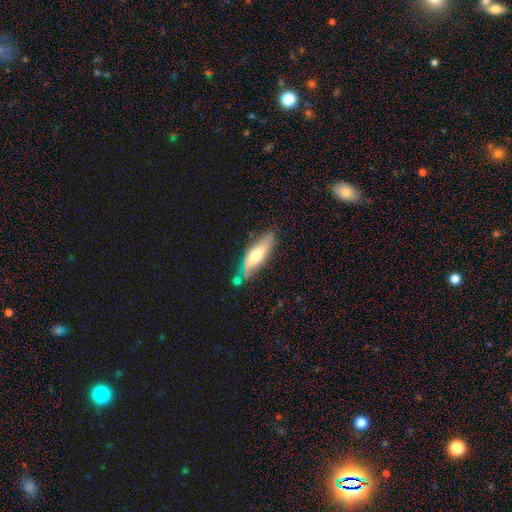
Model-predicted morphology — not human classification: Smooth or featured? Predicted: smooth (p=0.54). How rounded? Predicted: in between (p=0.50). Merging? Predicted: none (p=0.65).